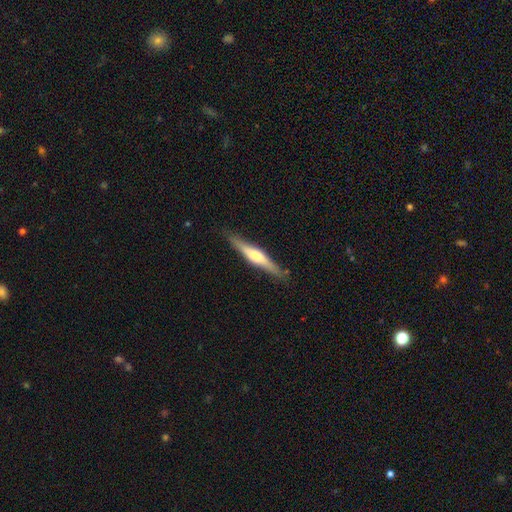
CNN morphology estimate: This is possibly a featured or disk galaxy (57%). It is clearly viewed edge-on (95%). Edge-on bulge: likely rounded (71%). Merging: clearly none (85%).